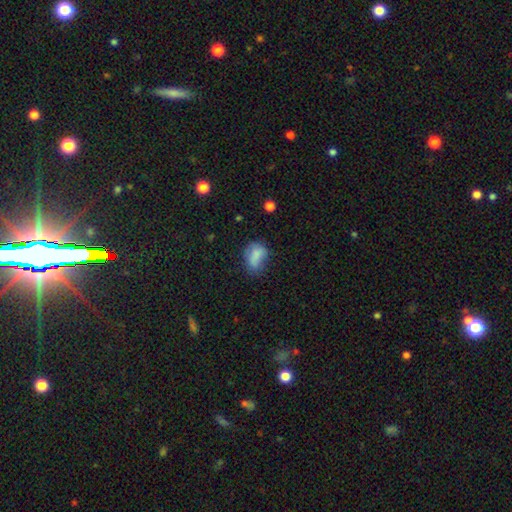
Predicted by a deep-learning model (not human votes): A smooth galaxy with no disk features (77%) that is in between round and cigar-shaped (76%). Merging: none (43%).